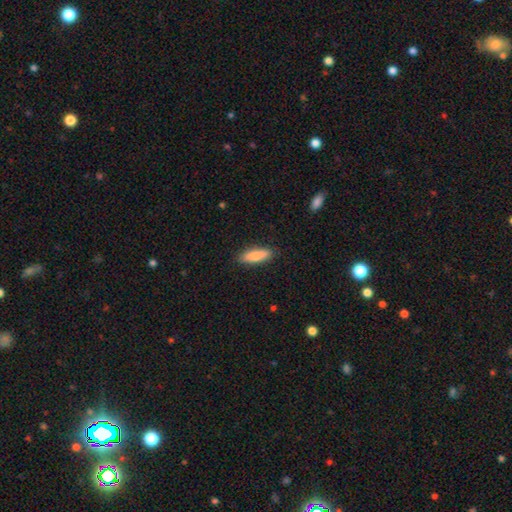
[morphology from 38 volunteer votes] Overall: smooth (89%). How rounded: in between (56%; cigar-shaped 44%). Merging: none (94%).